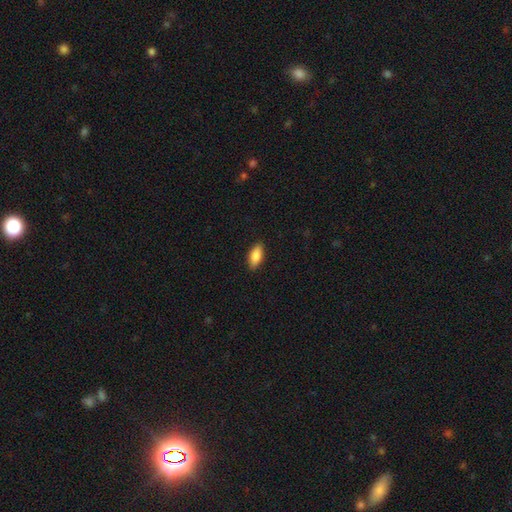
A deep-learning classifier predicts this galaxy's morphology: type=smooth (86%); roundness=in between (88%); merging=none (89%).